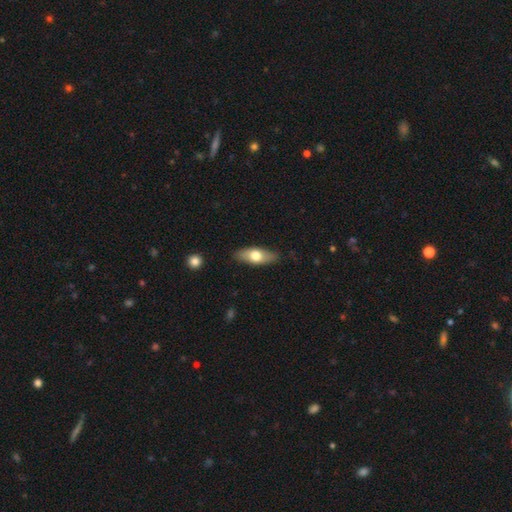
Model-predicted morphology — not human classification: A smooth galaxy with no disk features (62%) that is in between round and cigar-shaped (73%).

Vote fractions:
- Smooth or featured? smooth: 62% / featured or disk: 32% / star or artifact: 6%
- How rounded? in between: 73% / cigar-shaped: 23% / round: 3%
- Merging? none: 85% / minor disturbance: 12% / major disturbance: 2% / merger: 1%